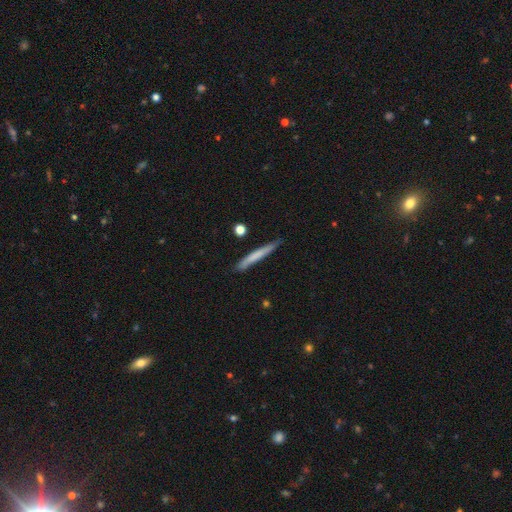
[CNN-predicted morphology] This is likely a smooth galaxy (63%). How rounded: clearly cigar-shaped (96%). Merging: clearly none (83%).